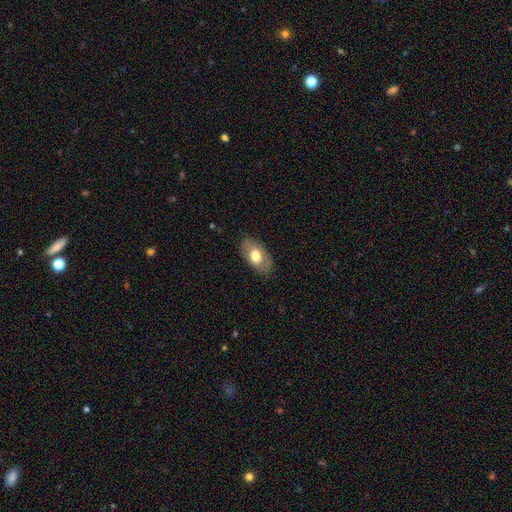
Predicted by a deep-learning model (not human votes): Smooth or featured: smooth — 62% (featured or disk — 32%)
How rounded: in between — 92% (round — 6%)
Merging: none — 82% (minor disturbance — 13%)